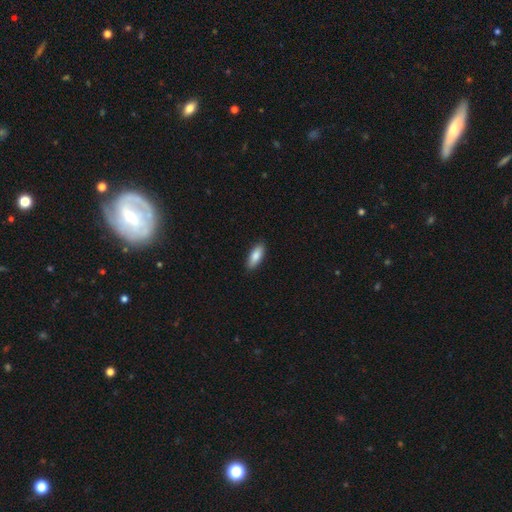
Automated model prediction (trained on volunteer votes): A smooth galaxy with no disk features (85%) that is in between round and cigar-shaped (73%). Merging: none (89%).